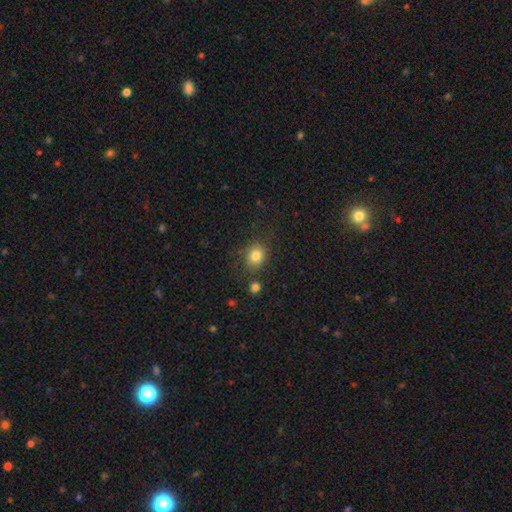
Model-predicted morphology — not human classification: Smooth or featured: smooth — 82% (star or artifact — 11%)
How rounded: round — 65% (in between — 34%)
Merging: none — 76% (minor disturbance — 13%)